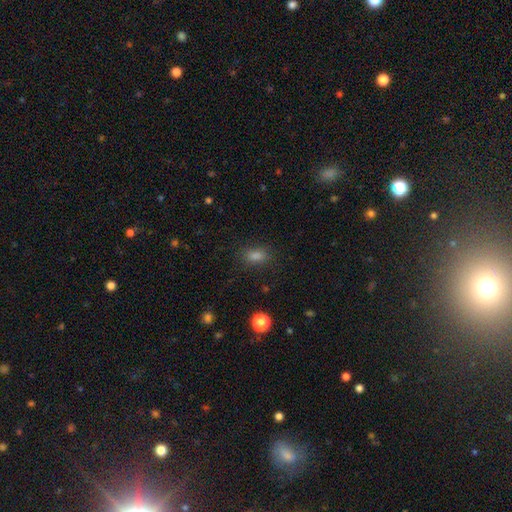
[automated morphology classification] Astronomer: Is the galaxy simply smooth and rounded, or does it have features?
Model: smooth — 77%.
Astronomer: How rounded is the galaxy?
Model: in between — 78%.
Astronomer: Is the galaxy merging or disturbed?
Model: none — 83%.